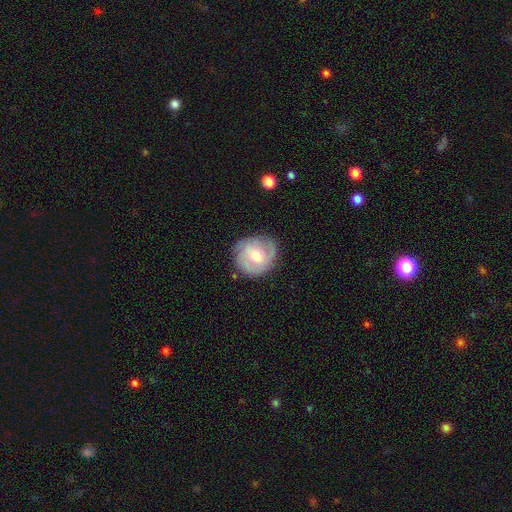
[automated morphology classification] Smooth or featured: featured or disk — 66% (smooth — 28%)
Edge-on disk: no — 97% (yes — 3%)
Bar: no — 50% (weak — 41%)
Spiral arms: yes — 86% (no — 14%)
Spiral winding: tight — 48% (medium — 38%)
Spiral arm count: 2 — 31% (3 — 27%)
Bulge size: moderate — 59% (small — 36%)
Merging: none — 77% (minor disturbance — 17%)